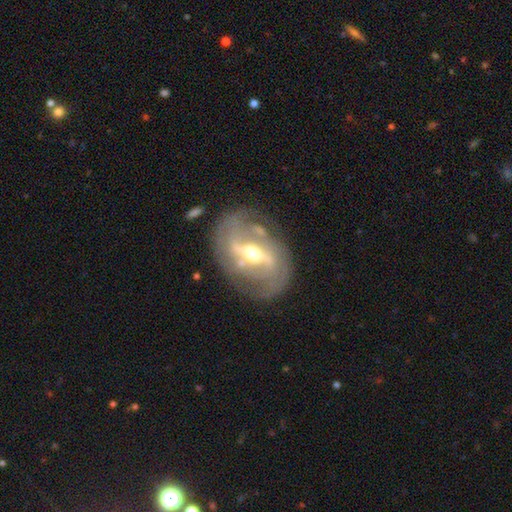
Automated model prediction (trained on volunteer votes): Morphology: type=featured or disk (85%); edge-on=no (94%); bar=strong (59%); spiral arms=yes (85%); winding=medium (40%); arm count=2 (60%); bulge=moderate (69%); merging=none (76%).